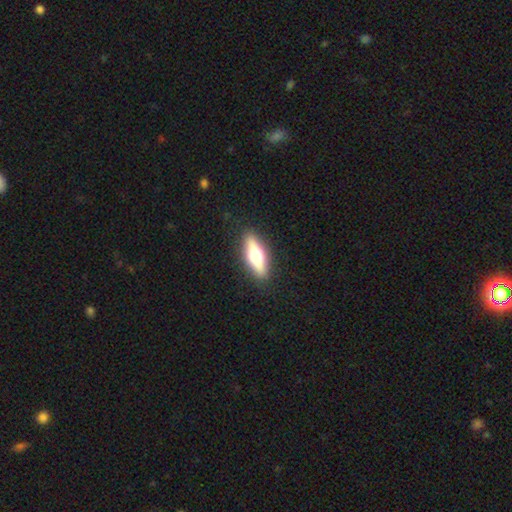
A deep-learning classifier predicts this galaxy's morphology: This appears to be a featured or disk galaxy (53%) viewed edge-on (91%). Merging: none (90%).